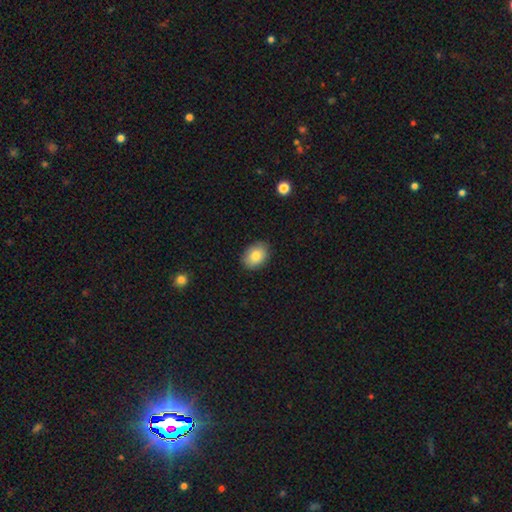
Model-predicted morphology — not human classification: This appears to be a smooth galaxy with no disk features (83%) that is in between round and cigar-shaped (70%). Merging: none (87%).